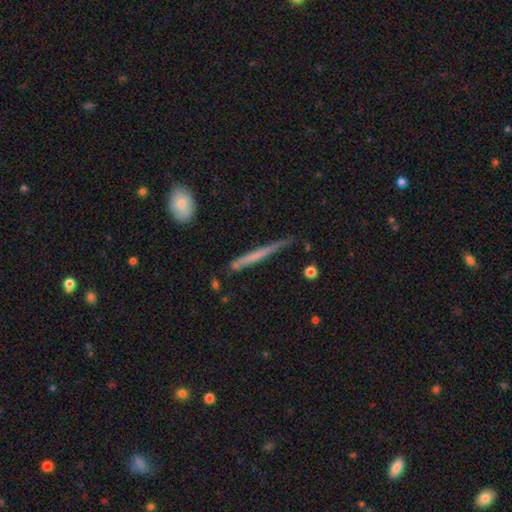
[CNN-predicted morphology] Smooth or featured?
  - smooth: 50% *
  - featured or disk: 43%
  - star or artifact: 7%
How rounded?
  - cigar-shaped: 95% *
  - in between: 3%
  - round: 2%
Merging?
  - none: 63% *
  - minor disturbance: 26%
  - major disturbance: 6%
  - merger: 5%